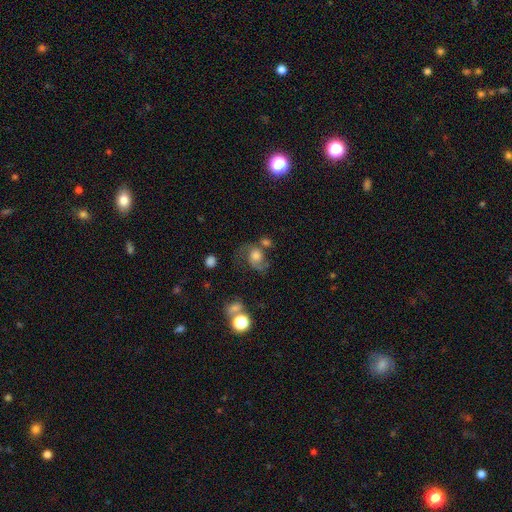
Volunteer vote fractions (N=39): Smooth or featured? smooth (44%, tied with featured or disk)
How rounded? round (59%)
Merging? none (41%)